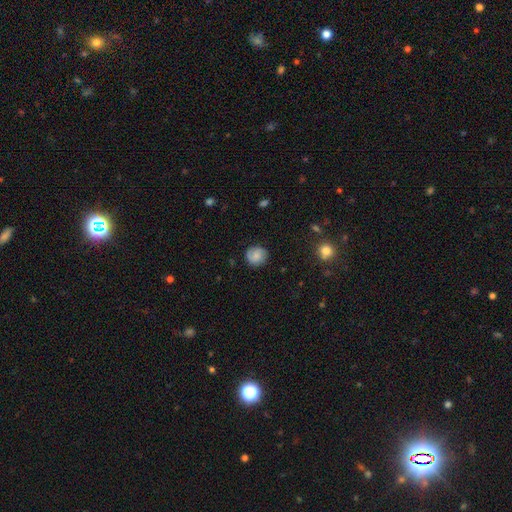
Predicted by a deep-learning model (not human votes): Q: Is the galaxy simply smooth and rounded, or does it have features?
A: smooth — 62%.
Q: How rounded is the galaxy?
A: round — 87%.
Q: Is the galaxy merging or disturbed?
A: none — 81%.